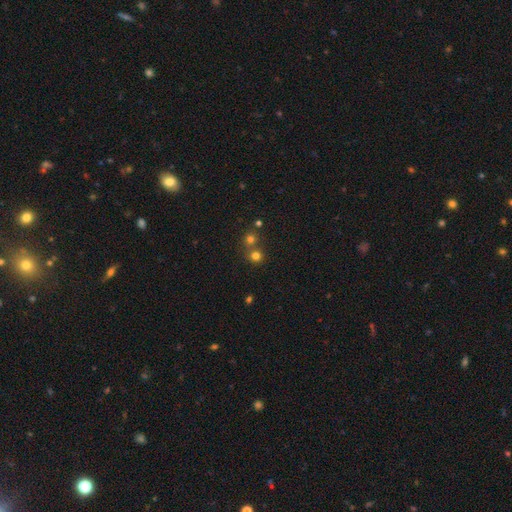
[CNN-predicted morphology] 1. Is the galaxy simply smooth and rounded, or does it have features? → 71% smooth, 21% star or artifact, 8% featured or disk.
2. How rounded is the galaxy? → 89% round, 10% in between, 1% cigar-shaped.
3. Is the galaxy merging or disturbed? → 59% none, 33% merger, 6% minor disturbance, 2% major disturbance.